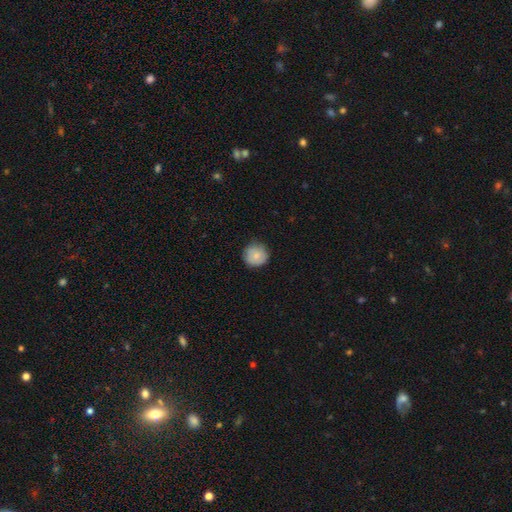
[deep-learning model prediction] A smooth galaxy with no disk features (80%) that is round (93%).

Vote fractions:
- Smooth or featured? smooth: 80% / featured or disk: 13% / star or artifact: 7%
- How rounded? round: 93% / in between: 6% / cigar-shaped: 1%
- Merging? none: 81% / minor disturbance: 15% / major disturbance: 3% / merger: 1%